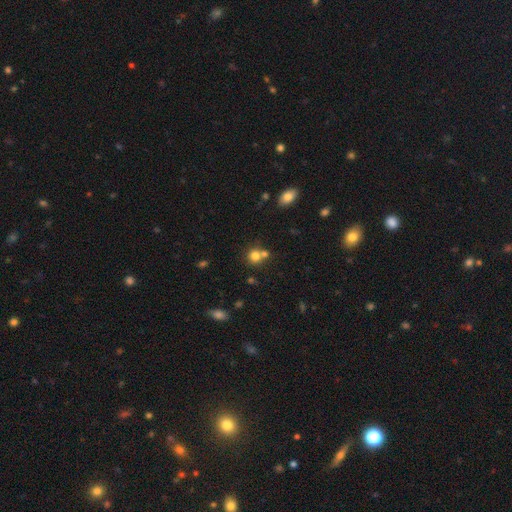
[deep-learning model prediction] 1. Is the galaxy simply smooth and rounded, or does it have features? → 77% smooth, 13% star or artifact, 10% featured or disk.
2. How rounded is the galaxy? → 86% round, 13% in between, 1% cigar-shaped.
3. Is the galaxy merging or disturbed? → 50% none, 39% merger, 8% minor disturbance, 3% major disturbance.